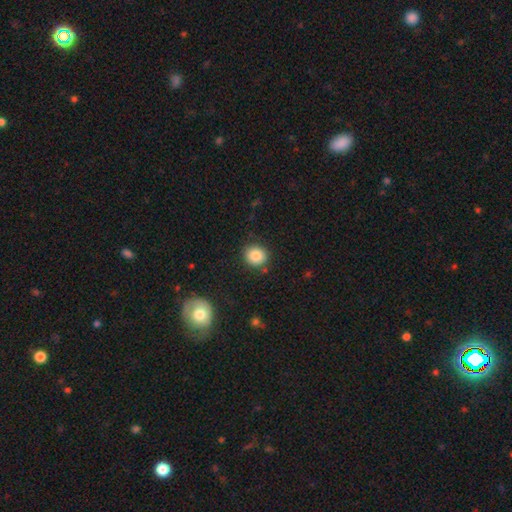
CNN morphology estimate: Smooth or featured?
  - smooth: 85% *
  - star or artifact: 9%
  - featured or disk: 6%
How rounded?
  - round: 83% *
  - in between: 16%
  - cigar-shaped: 1%
Merging?
  - none: 85% *
  - minor disturbance: 9%
  - merger: 3%
  - major disturbance: 3%